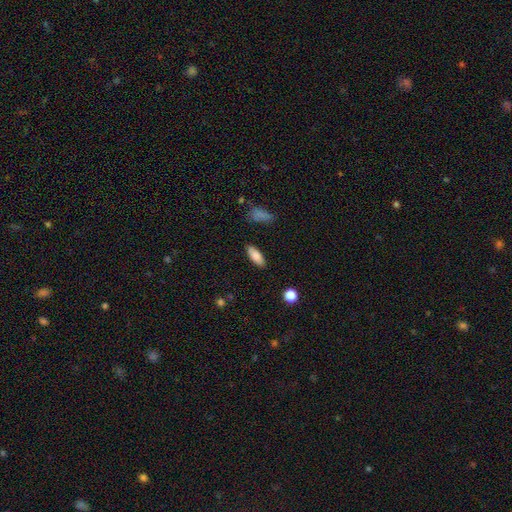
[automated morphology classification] smooth 84%, featured or disk 9%, star or artifact 7%. Down the decision tree: how rounded — in between (74%); merging — none (87%).